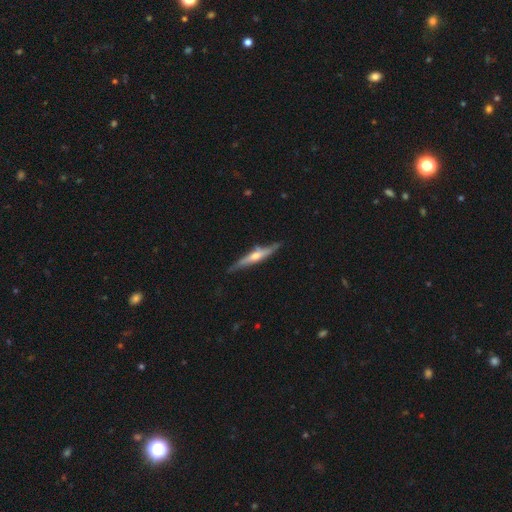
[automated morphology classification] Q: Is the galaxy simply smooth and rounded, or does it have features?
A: featured or disk — 70%.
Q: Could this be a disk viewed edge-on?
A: yes — 92%.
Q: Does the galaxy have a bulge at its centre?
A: rounded — 81%.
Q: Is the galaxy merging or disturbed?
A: none — 74%.